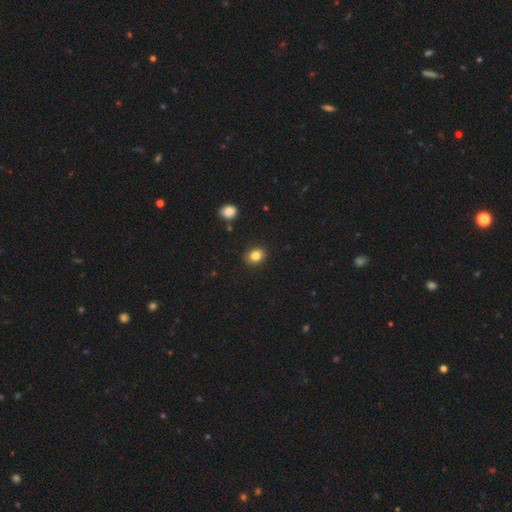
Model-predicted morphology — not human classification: This is clearly a smooth galaxy (83%). How rounded: possibly round (50%). Merging: clearly none (89%).